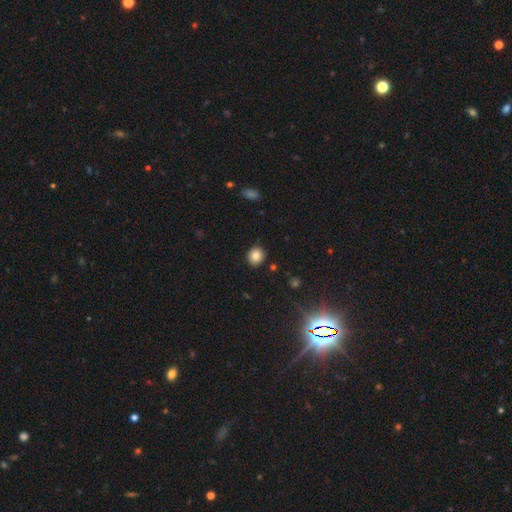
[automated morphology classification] Smooth or featured? Predicted: smooth (p=0.84). How rounded? Predicted: round (p=0.80). Merging? Predicted: none (p=0.89).